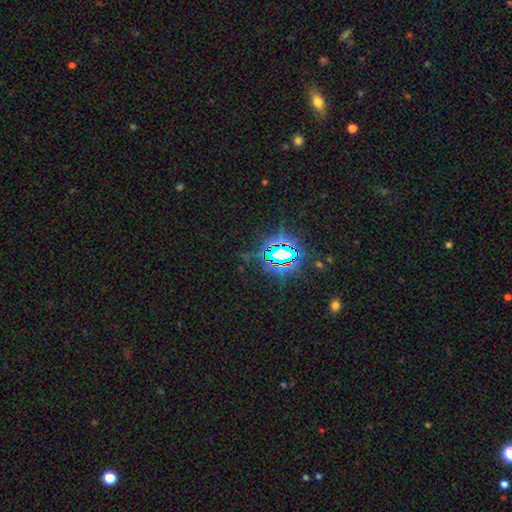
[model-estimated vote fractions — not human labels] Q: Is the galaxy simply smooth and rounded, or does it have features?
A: star or artifact — 81%.